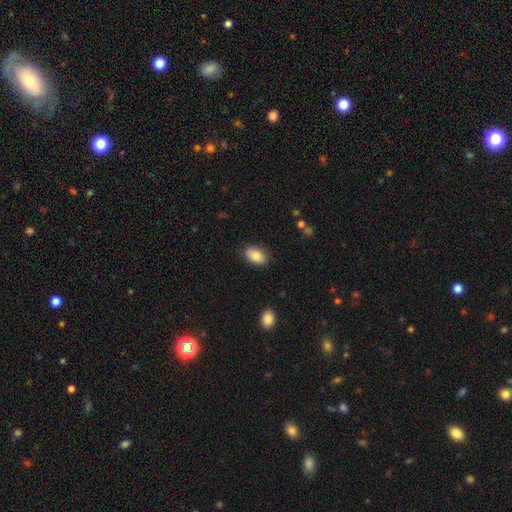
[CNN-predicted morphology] smooth 83%, featured or disk 9%, star or artifact 7%. Down the decision tree: how rounded — in between (90%); merging — none (84%).